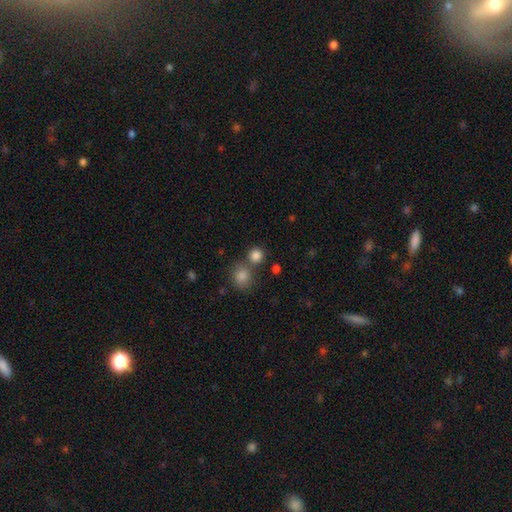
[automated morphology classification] Smooth or featured? smooth (83%)
How rounded? round (86%)
Merging? none (65%)